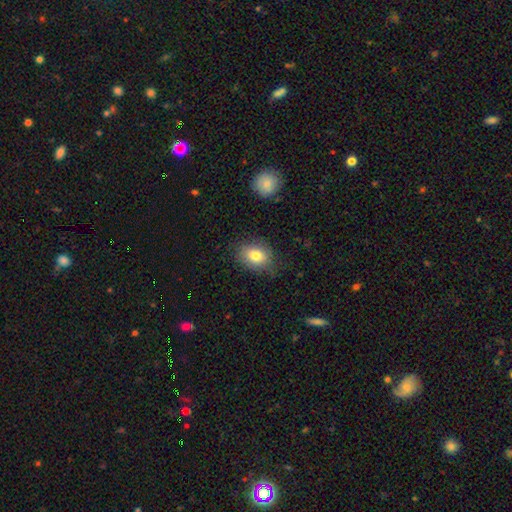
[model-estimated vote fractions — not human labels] smooth_or_featured: smooth (p=0.79) [alt: featured or disk p=0.12]
how_rounded: in between (p=0.67) [alt: round p=0.31]
merging: none (p=0.77) [alt: minor disturbance p=0.17]